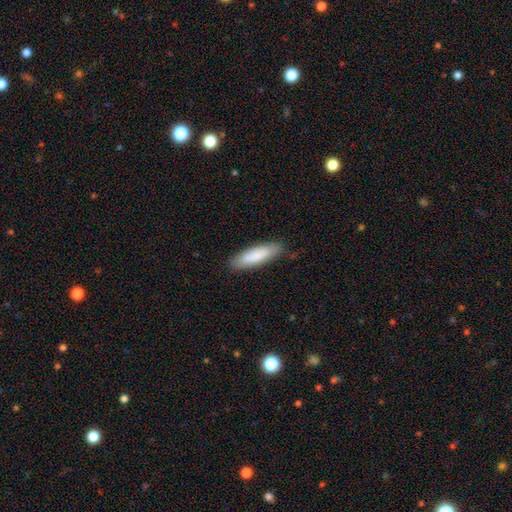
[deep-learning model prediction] The model was most divided on "how rounded": cigar-shaped: 60%, in between: 38%, round: 1%. More confident: merging — none (85%); smooth or featured — smooth (85%).